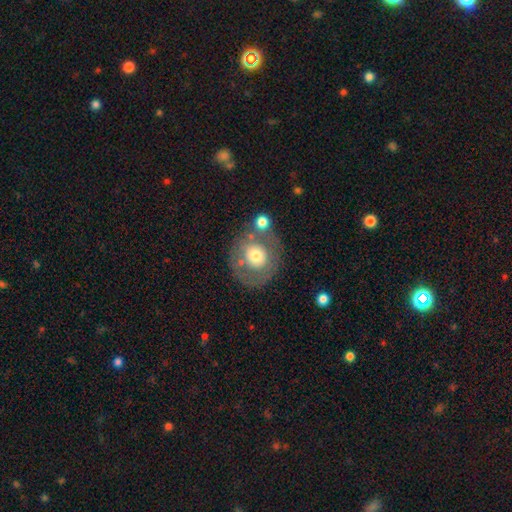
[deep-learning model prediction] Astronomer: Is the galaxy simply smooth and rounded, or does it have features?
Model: smooth — 57% (runner-up: featured or disk, 35%).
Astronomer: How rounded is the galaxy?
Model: round — 87%.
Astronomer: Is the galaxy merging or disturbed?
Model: none — 63%.